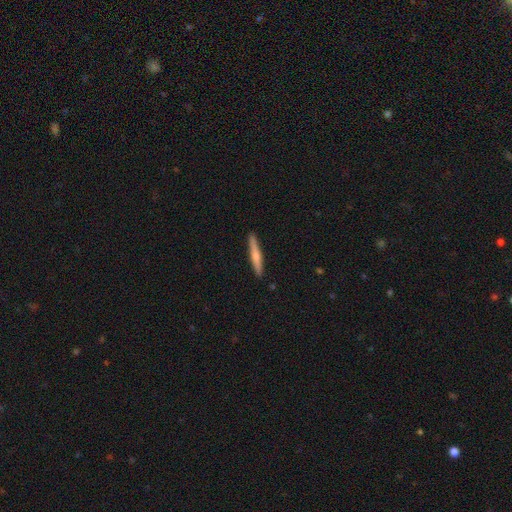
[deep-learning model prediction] Smooth or featured: smooth — 53% (featured or disk — 42%)
How rounded: cigar-shaped — 94% (in between — 4%)
Merging: none — 91% (minor disturbance — 6%)